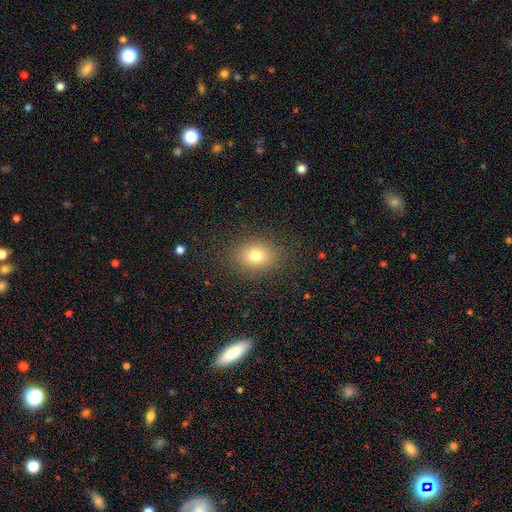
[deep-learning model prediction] Smooth or featured: smooth — 76% (star or artifact — 13%)
How rounded: round — 50% (in between — 49%)
Merging: none — 86% (minor disturbance — 9%)